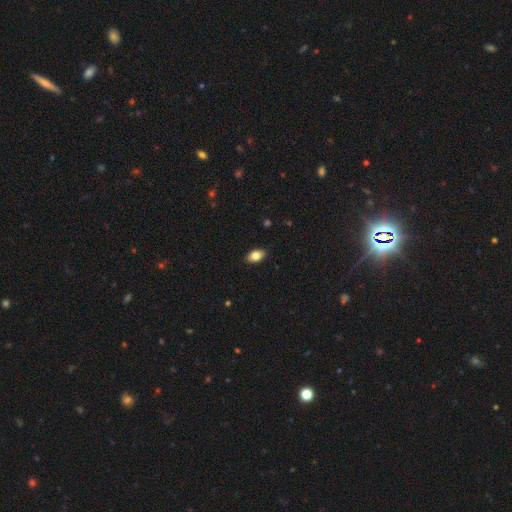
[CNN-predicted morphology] Overall: smooth (80%). How rounded: in between (90%). Merging: none (88%).